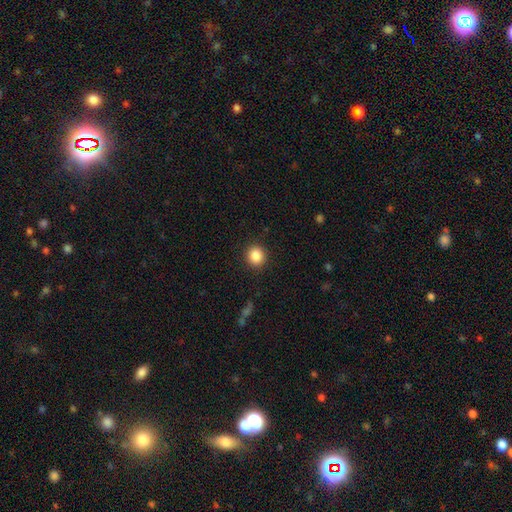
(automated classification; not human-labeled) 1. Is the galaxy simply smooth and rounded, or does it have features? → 86% smooth, 10% star or artifact, 4% featured or disk.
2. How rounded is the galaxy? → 88% round, 11% in between, 1% cigar-shaped.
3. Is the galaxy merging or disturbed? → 90% none, 6% minor disturbance, 2% major disturbance, 1% merger.